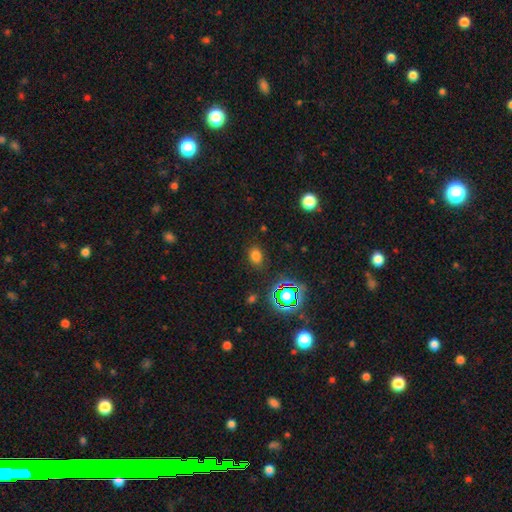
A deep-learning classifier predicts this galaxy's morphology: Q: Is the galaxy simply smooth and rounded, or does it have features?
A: smooth — 72%.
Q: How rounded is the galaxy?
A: in between — 70%.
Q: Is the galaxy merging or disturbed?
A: none — 84%.